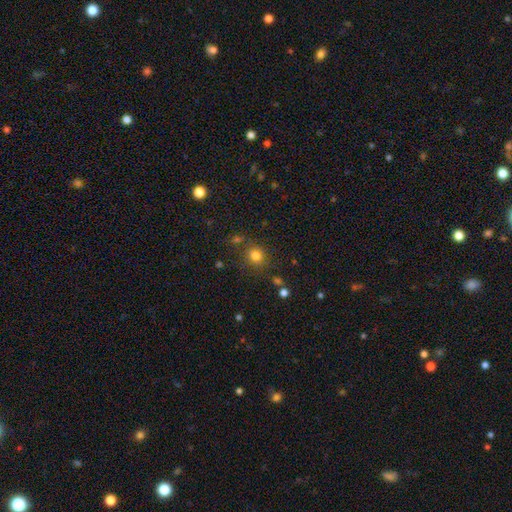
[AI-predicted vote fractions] Smooth or featured? Predicted: smooth (p=0.80). How rounded? Predicted: round (p=0.88). Merging? Predicted: none (p=0.80).